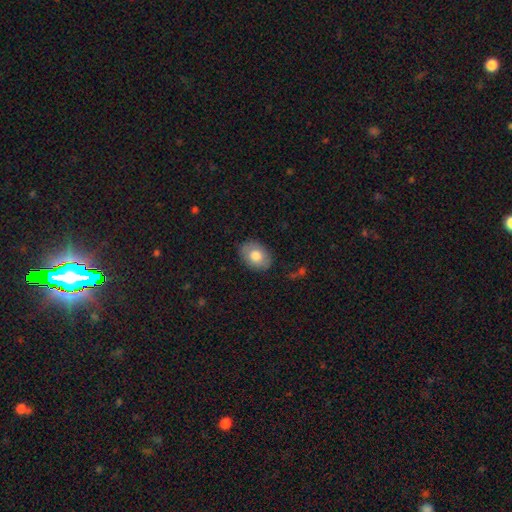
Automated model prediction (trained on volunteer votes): This appears to be a smooth galaxy with no disk features (76%) that is in between round and cigar-shaped (77%). Merging: none (85%).